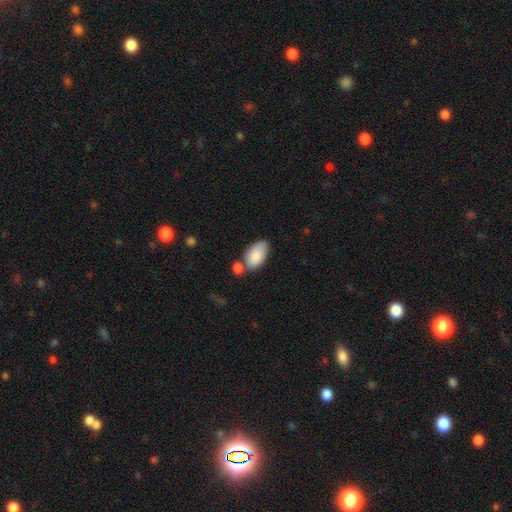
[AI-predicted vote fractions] Q: Smooth or featured?
A: smooth (86%); runner-up: featured or disk (8%)
Q: How rounded?
A: in between (95%); runner-up: round (3%)
Q: Merging?
A: none (52%); runner-up: merger (22%)